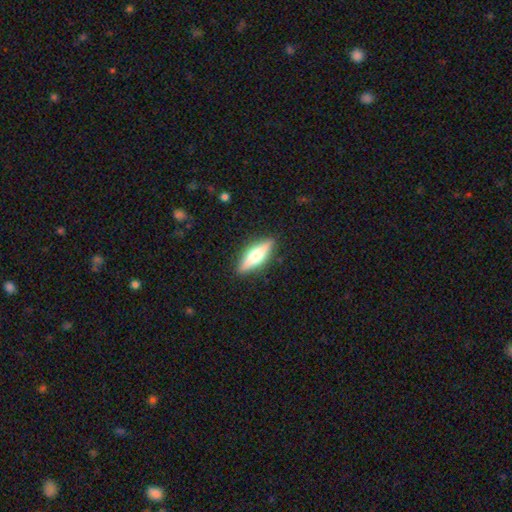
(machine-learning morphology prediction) A featured or disk galaxy (56%) viewed edge-on (93%) with a rounded central bulge (92%).

Vote fractions:
- Smooth or featured? featured or disk: 56% / smooth: 39% / star or artifact: 6%
- Edge-on disk? yes: 93% / no: 7%
- Edge-on bulge? rounded: 92% / boxy: 5% / none: 3%
- Merging? none: 89% / minor disturbance: 8% / major disturbance: 2% / merger: 1%